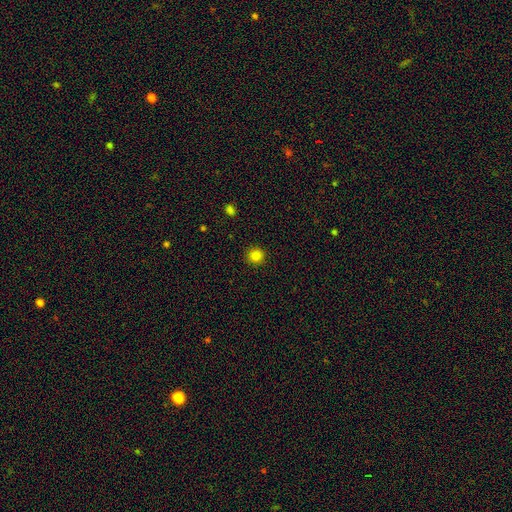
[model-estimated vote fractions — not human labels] smooth-or-featured: smooth: 84% | star or artifact: 12% | featured or disk: 4%
  how-rounded: round: 93% | in between: 6% | cigar-shaped: 1%
  merging: none: 92% | minor disturbance: 5% | major disturbance: 2% | merger: 1%